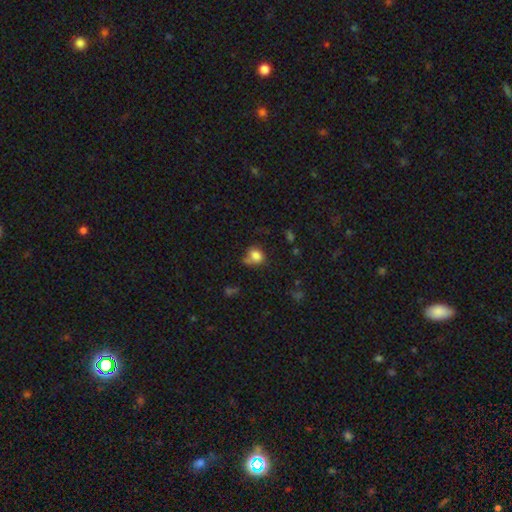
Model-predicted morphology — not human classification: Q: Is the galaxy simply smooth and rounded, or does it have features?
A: smooth — 81%.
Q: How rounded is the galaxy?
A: round — 59%.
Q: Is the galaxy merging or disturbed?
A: none — 53%.